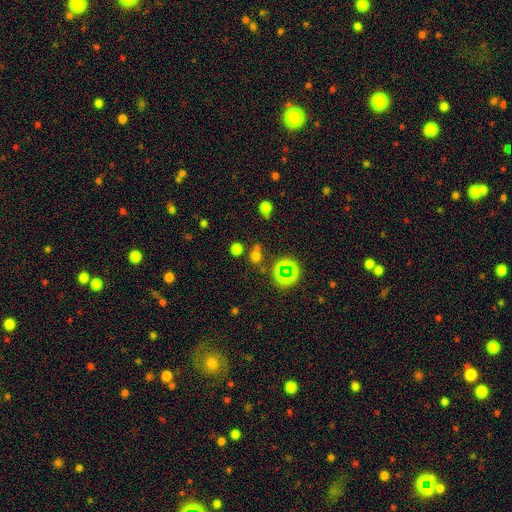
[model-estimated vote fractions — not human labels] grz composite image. It shows a smooth galaxy with no disk features (60%) that is round (82%). Merging: none (71%).